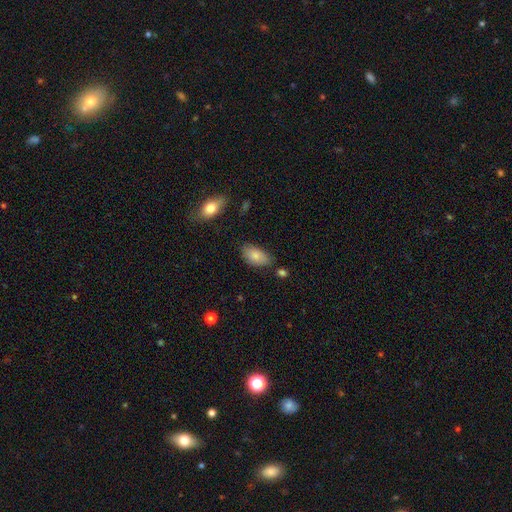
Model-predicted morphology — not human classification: smooth-or-featured: smooth: 82% | featured or disk: 11% | star or artifact: 7%
  how-rounded: in between: 93% | round: 4% | cigar-shaped: 3%
  merging: none: 66% | minor disturbance: 25% | major disturbance: 5% | merger: 4%